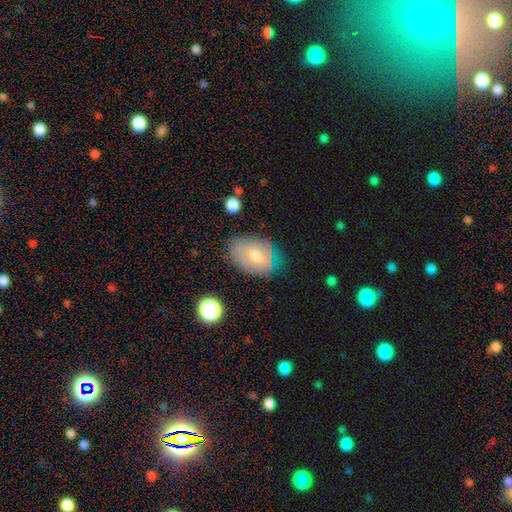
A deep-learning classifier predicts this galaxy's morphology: A smooth galaxy with no disk features (51%) that is in between round and cigar-shaped (80%).

Vote fractions:
- Smooth or featured? smooth: 51% / featured or disk: 38% / star or artifact: 11%
- How rounded? in between: 80% / round: 19% / cigar-shaped: 1%
- Merging? none: 68% / minor disturbance: 24% / major disturbance: 6% / merger: 2%